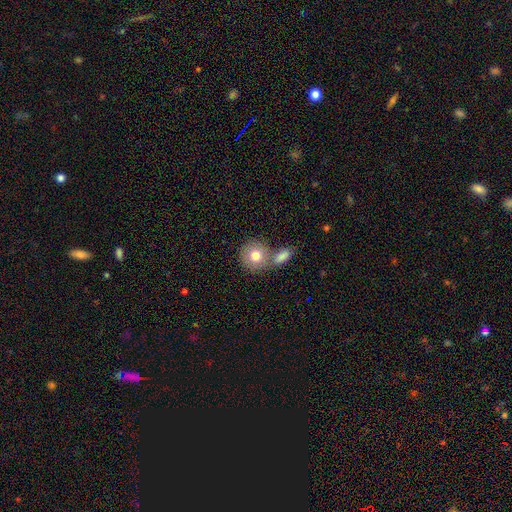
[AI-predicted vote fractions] smooth 77%, featured or disk 15%, star or artifact 8%. Down the decision tree: how rounded — round (86%); merging — none (54%).